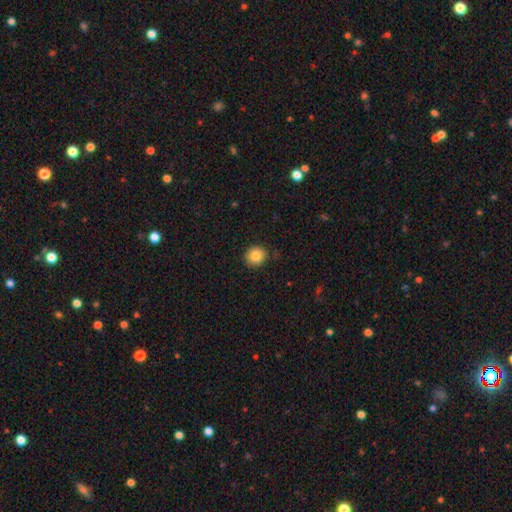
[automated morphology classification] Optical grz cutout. It shows a smooth galaxy with no disk features (83%) that is round (83%). Merging: none (87%).